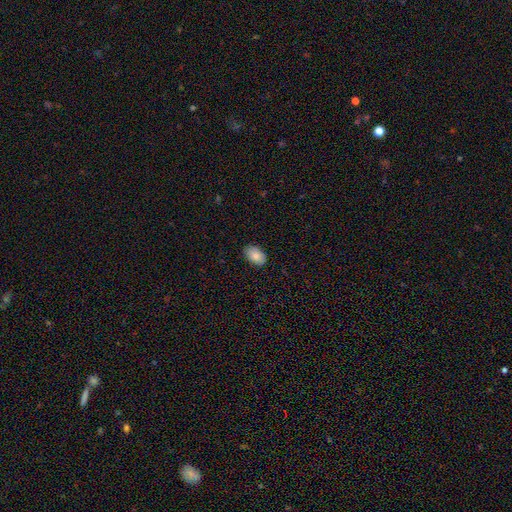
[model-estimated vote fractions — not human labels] Smooth or featured?
  - smooth: 84% *
  - featured or disk: 9%
  - star or artifact: 7%
How rounded?
  - in between: 90% *
  - round: 9%
  - cigar-shaped: 1%
Merging?
  - none: 88% *
  - minor disturbance: 9%
  - major disturbance: 2%
  - merger: 1%